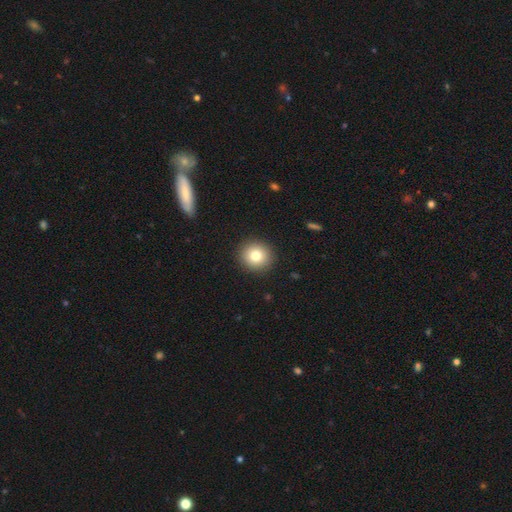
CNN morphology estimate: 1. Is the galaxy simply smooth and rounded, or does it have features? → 81% smooth, 10% star or artifact, 9% featured or disk.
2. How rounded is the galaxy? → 88% round, 11% in between, 1% cigar-shaped.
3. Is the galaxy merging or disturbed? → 92% none, 6% minor disturbance, 2% major disturbance, 1% merger.